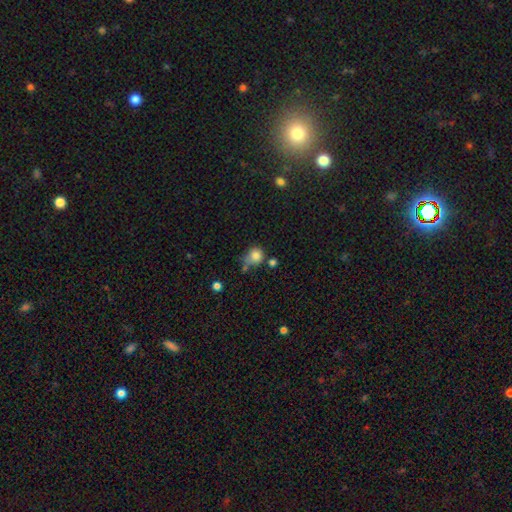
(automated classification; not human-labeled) Smooth or featured?
  - smooth: 81% *
  - star or artifact: 11%
  - featured or disk: 8%
How rounded?
  - round: 80% *
  - in between: 19%
  - cigar-shaped: 1%
Merging?
  - none: 47% *
  - minor disturbance: 25%
  - merger: 18%
  - major disturbance: 10%